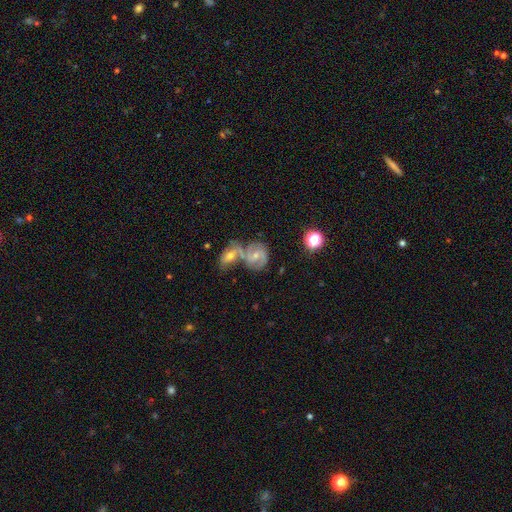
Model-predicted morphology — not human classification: This appears to be a featured or disk galaxy (75%) with a weak bar (45%), 2 (71%) medium (50%) spiral arms (94%) and a small central bulge (52%). Merging: merger (48%).